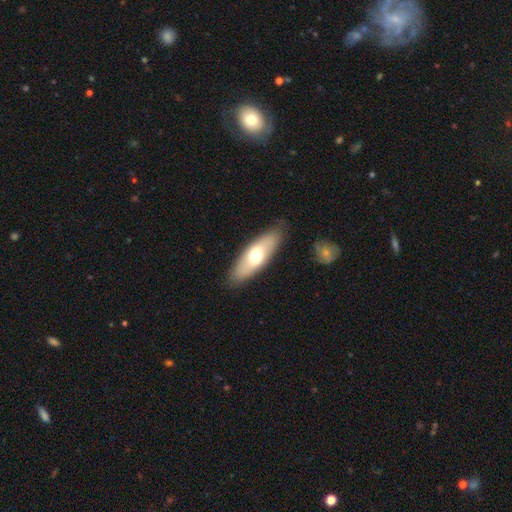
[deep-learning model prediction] Smooth or featured? smooth (60%)
How rounded? in between (65%)
Merging? none (85%)